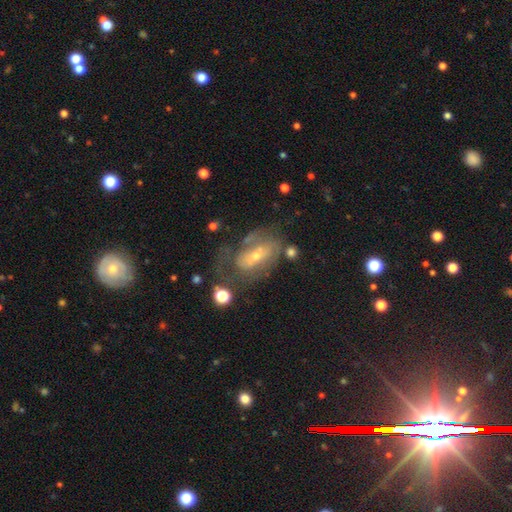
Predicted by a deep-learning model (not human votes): Overall: featured or disk (64%; smooth 25%). Edge-on disk: no (91%). Bar: no (55%; weak 30%). Spiral arms: yes (57%; no 43%). Bulge size: small (61%; moderate 34%). Merging: none (39%; major disturbance 31%).